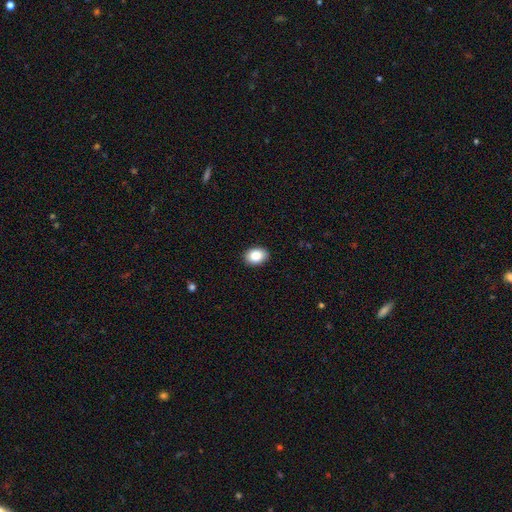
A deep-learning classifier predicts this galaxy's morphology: Smooth or featured: smooth — 86% (star or artifact — 8%)
How rounded: in between — 74% (round — 25%)
Merging: none — 89% (minor disturbance — 8%)